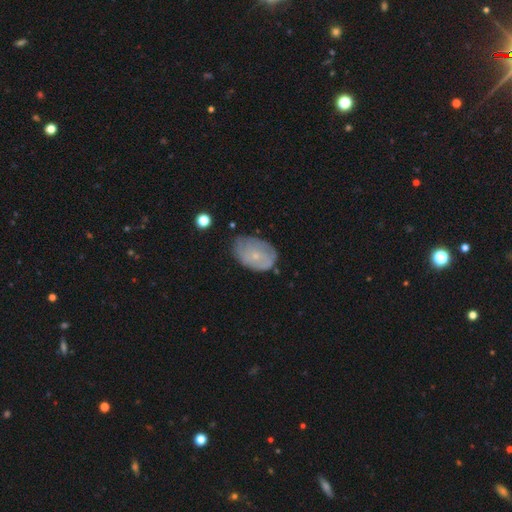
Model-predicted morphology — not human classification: type=smooth (47%); merging=none (51%).